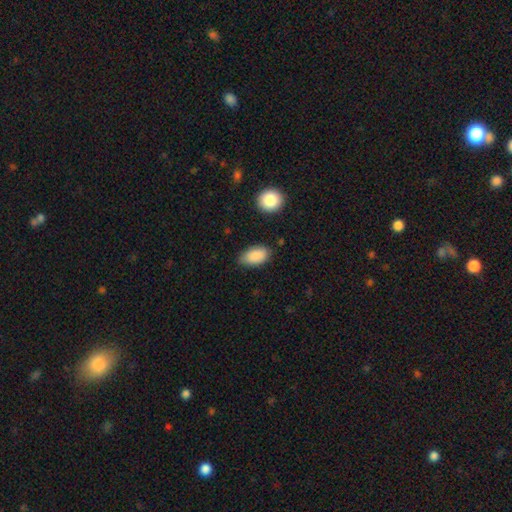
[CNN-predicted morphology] smooth 89%, star or artifact 7%, featured or disk 5%. Down the decision tree: how rounded — in between (93%); merging — none (72%).